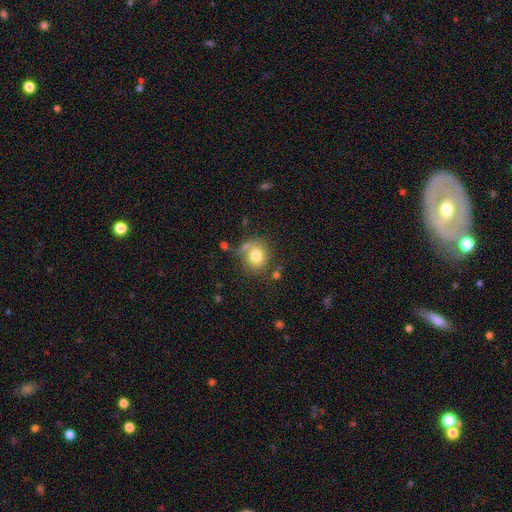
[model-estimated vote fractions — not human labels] A smooth galaxy with no disk features (77%) that is round (79%).

Vote fractions:
- Smooth or featured? smooth: 77% / featured or disk: 13% / star or artifact: 10%
- How rounded? round: 79% / in between: 20% / cigar-shaped: 1%
- Merging? none: 59% / minor disturbance: 18% / merger: 14% / major disturbance: 9%